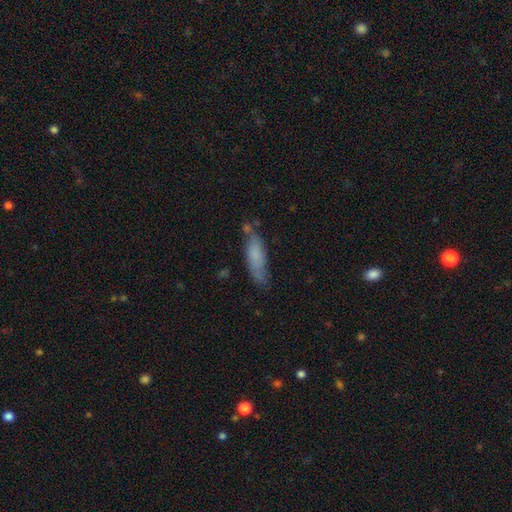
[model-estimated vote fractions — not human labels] smooth-or-featured: smooth: 71% | featured or disk: 21% | star or artifact: 8%
  how-rounded: cigar-shaped: 57% | in between: 41% | round: 2%
  merging: none: 60% | minor disturbance: 25% | merger: 8% | major disturbance: 7%